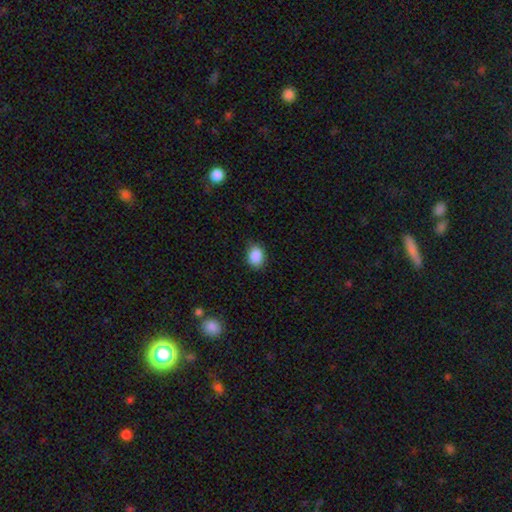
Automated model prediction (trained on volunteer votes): A smooth galaxy with no disk features (88%) that is in between round and cigar-shaped (64%).

Vote fractions:
- Smooth or featured? smooth: 88% / star or artifact: 8% / featured or disk: 3%
- How rounded? in between: 64% / round: 35% / cigar-shaped: 1%
- Merging? none: 82% / minor disturbance: 14% / major disturbance: 3% / merger: 1%